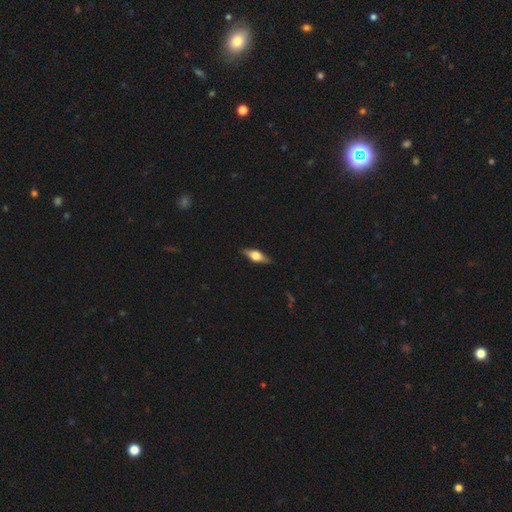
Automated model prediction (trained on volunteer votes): A featured or disk galaxy (59%) viewed edge-on (94%) with a rounded central bulge (93%).

Vote fractions:
- Smooth or featured? featured or disk: 59% / smooth: 34% / star or artifact: 7%
- Edge-on disk? yes: 94% / no: 6%
- Edge-on bulge? rounded: 93% / boxy: 6% / none: 1%
- Merging? none: 87% / minor disturbance: 10% / major disturbance: 2% / merger: 1%